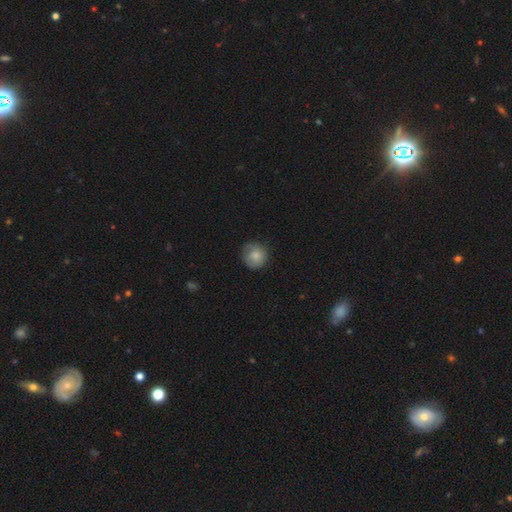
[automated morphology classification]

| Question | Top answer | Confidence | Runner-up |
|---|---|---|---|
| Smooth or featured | smooth | 76% | featured or disk (16%) |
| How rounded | round | 89% | in between (11%) |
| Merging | none | 73% | minor disturbance (21%) |